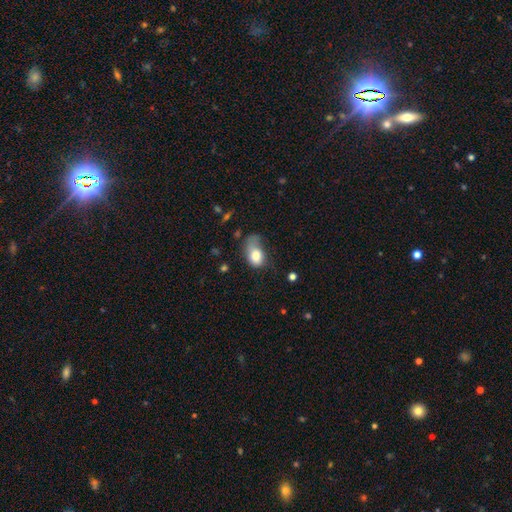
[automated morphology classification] Smooth or featured?
  - smooth: 76% *
  - featured or disk: 16%
  - star or artifact: 8%
How rounded?
  - in between: 79% *
  - round: 19%
  - cigar-shaped: 2%
Merging?
  - major disturbance: 37% *
  - minor disturbance: 33%
  - none: 23%
  - merger: 7%